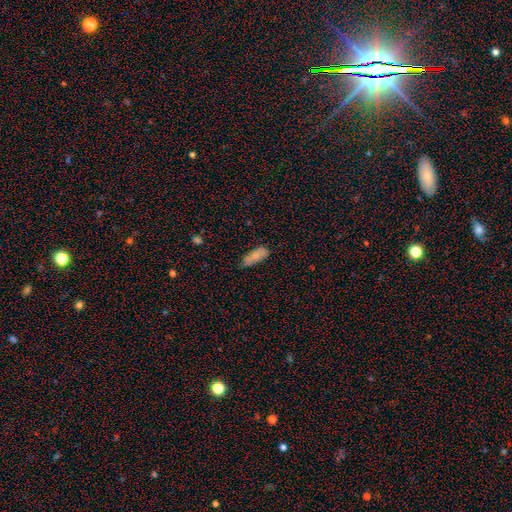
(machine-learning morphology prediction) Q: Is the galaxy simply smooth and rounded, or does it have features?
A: smooth — 81%.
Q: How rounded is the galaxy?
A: in between — 73%.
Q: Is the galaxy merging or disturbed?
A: none — 60%.